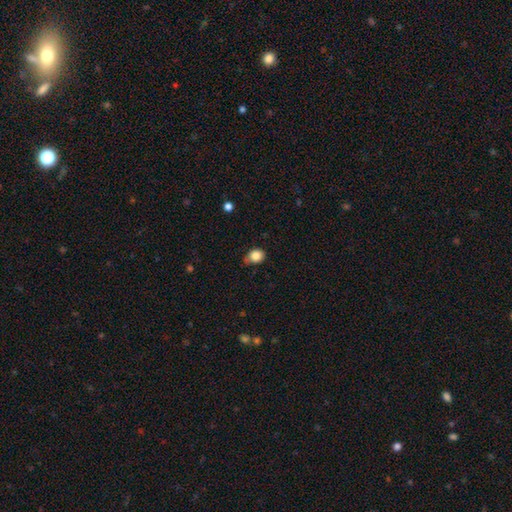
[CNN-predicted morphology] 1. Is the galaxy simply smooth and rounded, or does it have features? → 85% smooth, 9% star or artifact, 6% featured or disk.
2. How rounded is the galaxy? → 56% round, 43% in between, 1% cigar-shaped.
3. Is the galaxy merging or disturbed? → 60% none, 33% minor disturbance, 5% major disturbance, 2% merger.